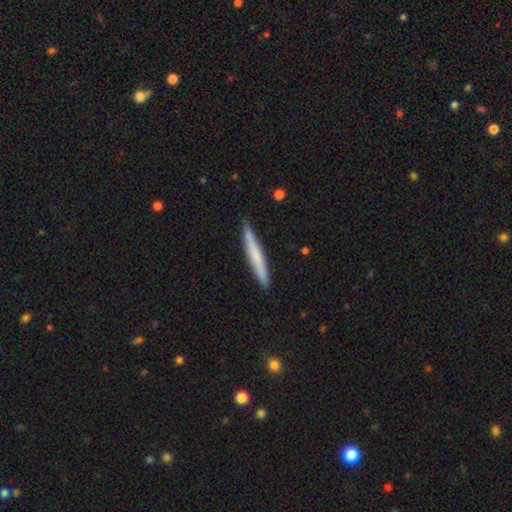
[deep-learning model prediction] smooth 60%, featured or disk 35%, star or artifact 5%. Down the decision tree: how rounded — cigar-shaped (96%); merging — none (88%).